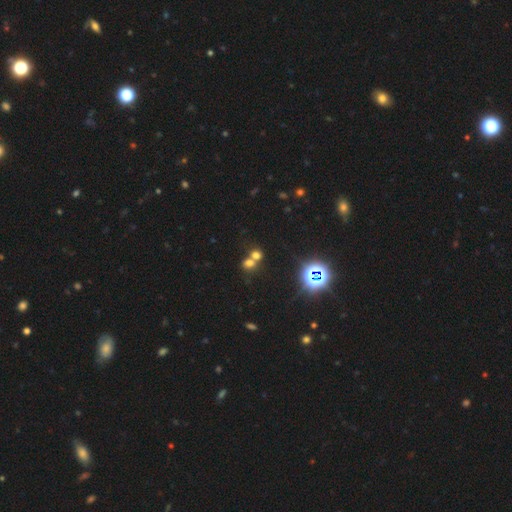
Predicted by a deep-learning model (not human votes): smooth_or_featured: smooth (p=0.57) [alt: star or artifact p=0.31]
how_rounded: round (p=0.72) [alt: in between p=0.27]
merging: merger (p=0.57) [alt: none p=0.35]